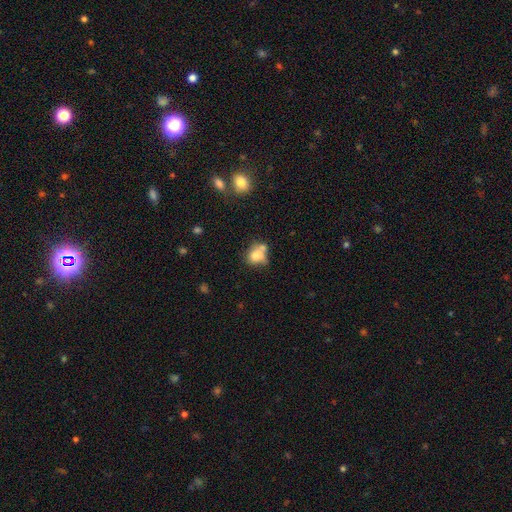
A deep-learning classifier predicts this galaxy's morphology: The model was most divided on "how rounded": round: 51%, in between: 47%, cigar-shaped: 2%. Remaining: smooth or featured — smooth (71%); merging — merger (40%).